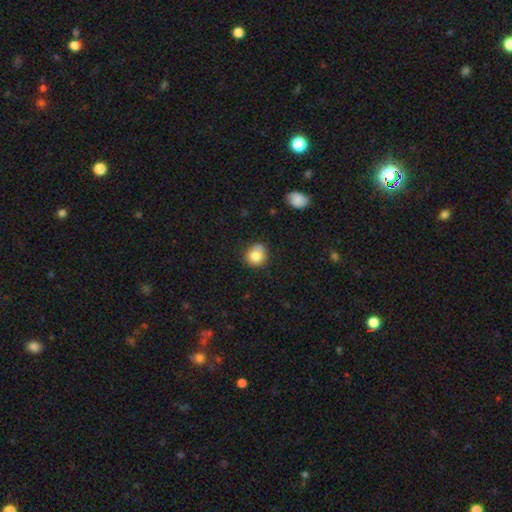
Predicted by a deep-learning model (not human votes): Smooth or featured? smooth (83%)
How rounded? round (83%)
Merging? none (67%)